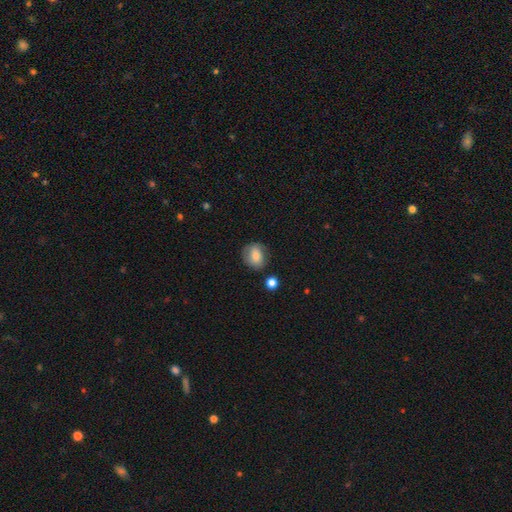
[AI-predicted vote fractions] smooth-or-featured: smooth: 70% | featured or disk: 21% | star or artifact: 9%
  how-rounded: round: 71% | in between: 28% | cigar-shaped: 1%
  merging: none: 74% | minor disturbance: 18% | major disturbance: 5% | merger: 4%